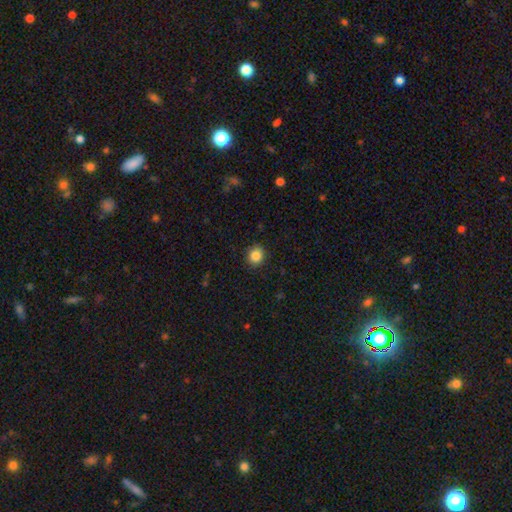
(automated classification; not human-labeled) Morphology: type=smooth (86%); roundness=round (81%); merging=none (90%).